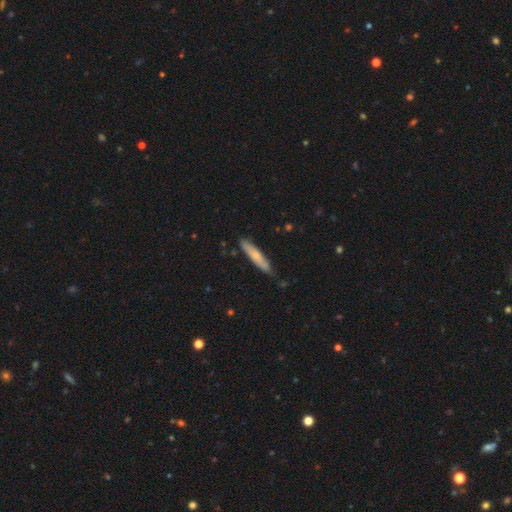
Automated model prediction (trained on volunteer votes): A smooth galaxy with no disk features (63%) that is cigar-shaped (87%). Merging: none (77%).